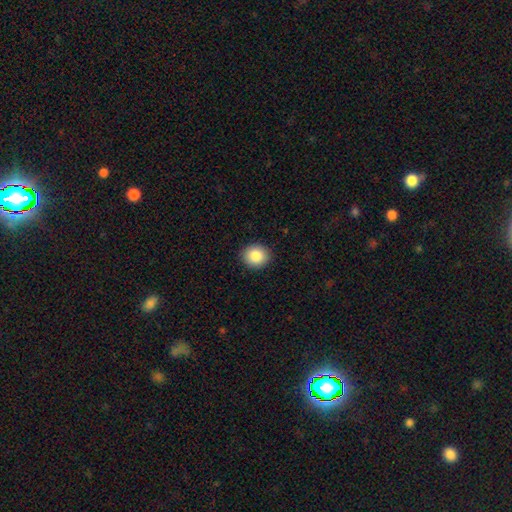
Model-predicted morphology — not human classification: This appears to be a smooth galaxy with no disk features (87%) that is round (81%). Merging: none (91%).